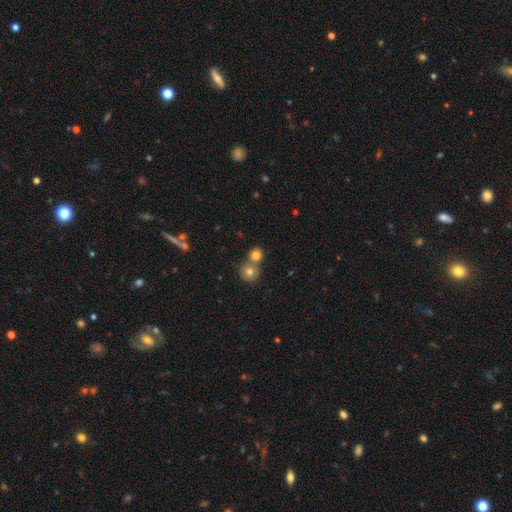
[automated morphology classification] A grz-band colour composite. It shows a smooth galaxy with no disk features (79%) that is round (86%). Merging: none (49%).